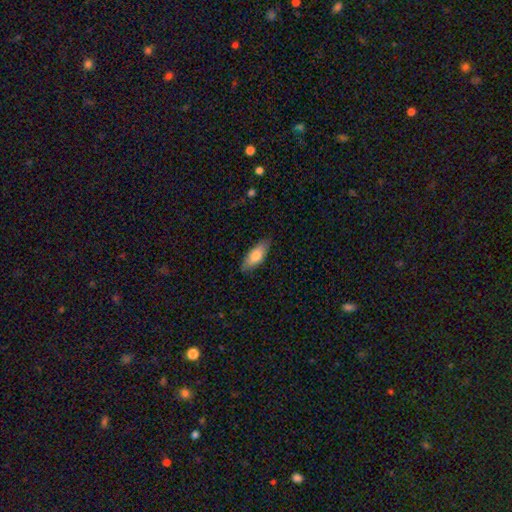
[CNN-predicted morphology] A smooth galaxy with no disk features (77%) that is in between round and cigar-shaped (76%).

Vote fractions:
- Smooth or featured? smooth: 77% / featured or disk: 17% / star or artifact: 6%
- How rounded? in between: 76% / cigar-shaped: 22% / round: 2%
- Merging? none: 84% / minor disturbance: 13% / major disturbance: 2% / merger: 1%